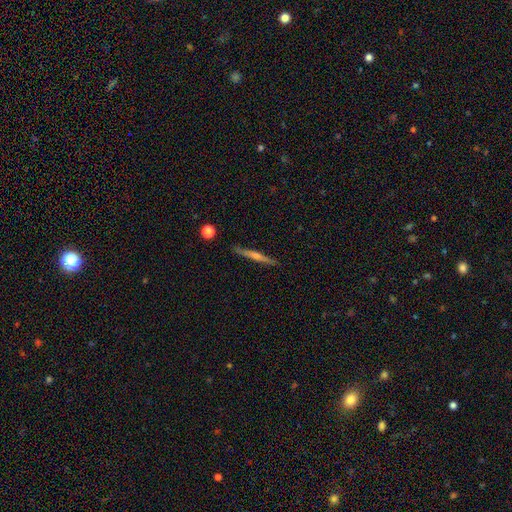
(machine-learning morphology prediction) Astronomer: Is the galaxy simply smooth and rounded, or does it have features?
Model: featured or disk — 70%.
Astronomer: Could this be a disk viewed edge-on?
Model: yes — 98%.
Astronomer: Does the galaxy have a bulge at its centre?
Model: rounded — 71%.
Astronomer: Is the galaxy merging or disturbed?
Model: none — 91%.